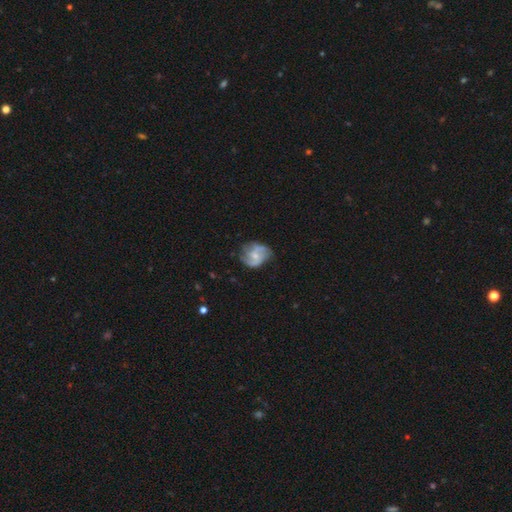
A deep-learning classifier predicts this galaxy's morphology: A featured or disk galaxy (68%) with no bar (53%), 2 (64%) medium (44%) spiral arms (87%) and a small central bulge (57%).

Vote fractions:
- Smooth or featured? featured or disk: 68% / smooth: 25% / star or artifact: 7%
- Edge-on disk? no: 98% / yes: 2%
- Bar? no: 53% / weak: 38% / strong: 9%
- Spiral arms? yes: 87% / no: 13%
- Spiral winding? medium: 44% / loose: 36% / tight: 20%
- Spiral arm count? 2: 64% / can't tell: 15% / 3: 13% / 1: 4% / 4: 3% / more than 4: 2%
- Bulge size? small: 57% / moderate: 34% / none: 7% / large: 2% / dominant: 1%
- Merging? none: 60% / minor disturbance: 27% / major disturbance: 12% / merger: 2%